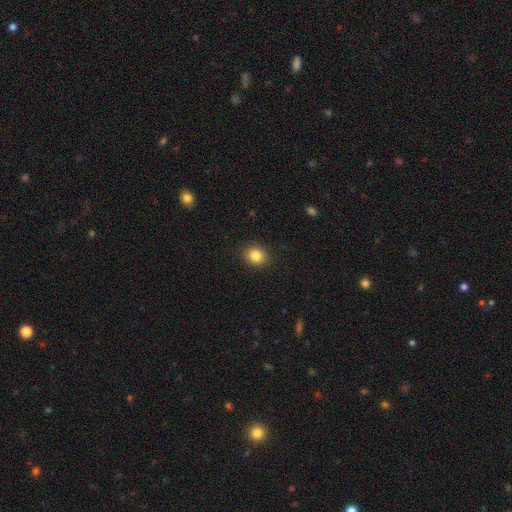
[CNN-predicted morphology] Smooth or featured? Predicted: smooth (p=0.85). How rounded? Predicted: round (p=0.78). Merging? Predicted: none (p=0.90).